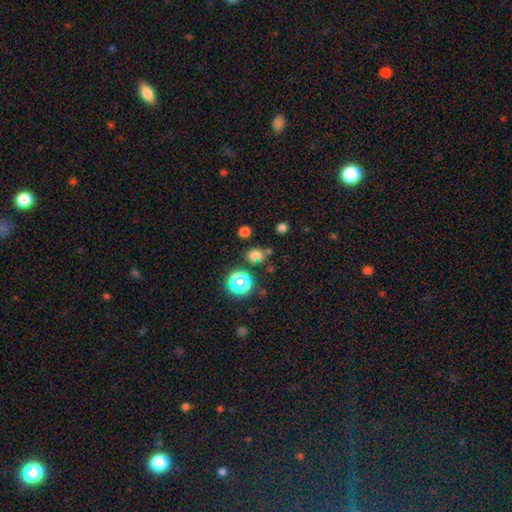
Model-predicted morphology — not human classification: smooth-or-featured: smooth: 64% | star or artifact: 29% | featured or disk: 7%
  how-rounded: round: 64% | in between: 34% | cigar-shaped: 1%
  merging: none: 70% | minor disturbance: 14% | merger: 10% | major disturbance: 6%